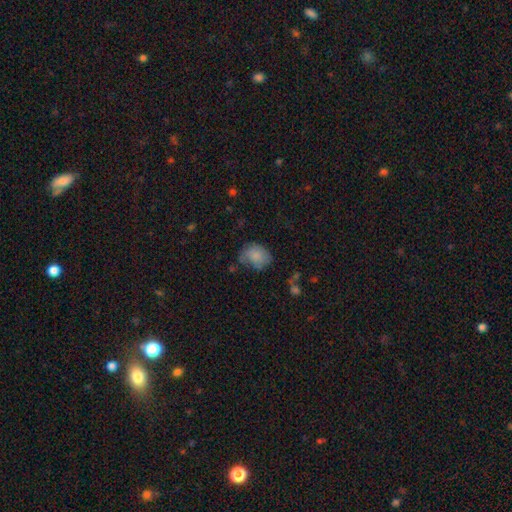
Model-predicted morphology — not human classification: Smooth or featured?
  - smooth: 74% *
  - featured or disk: 17%
  - star or artifact: 9%
How rounded?
  - in between: 55% *
  - round: 44%
  - cigar-shaped: 1%
Merging?
  - none: 47% *
  - minor disturbance: 33%
  - major disturbance: 17%
  - merger: 4%